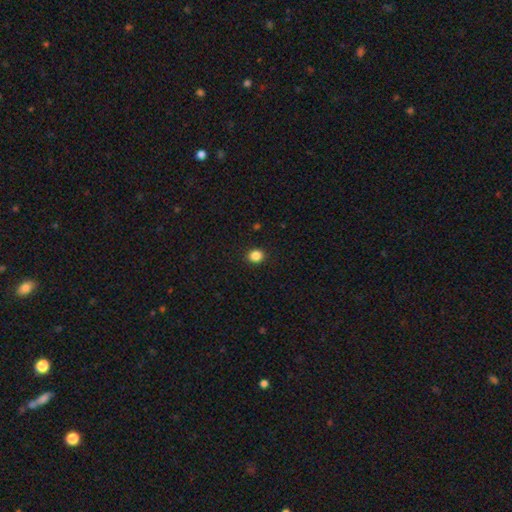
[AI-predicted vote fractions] A smooth galaxy with no disk features (86%) that is round (80%). Merging: none (92%).